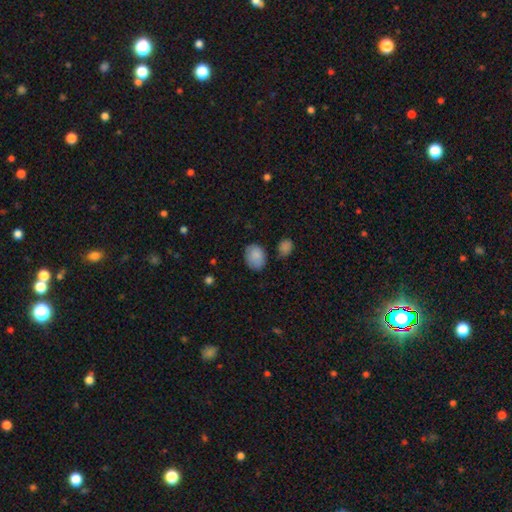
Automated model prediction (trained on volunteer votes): smooth 86%, star or artifact 8%, featured or disk 7%. Down the decision tree: how rounded — in between (68%); merging — none (69%).